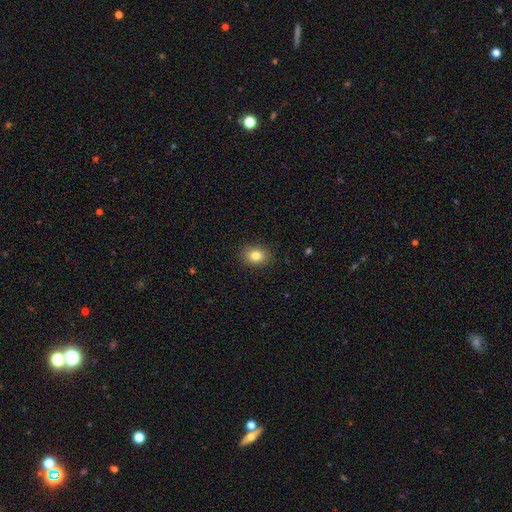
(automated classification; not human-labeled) Q: Smooth or featured?
A: smooth (81%); runner-up: star or artifact (10%)
Q: How rounded?
A: in between (61%); runner-up: round (38%)
Q: Merging?
A: none (89%); runner-up: minor disturbance (8%)